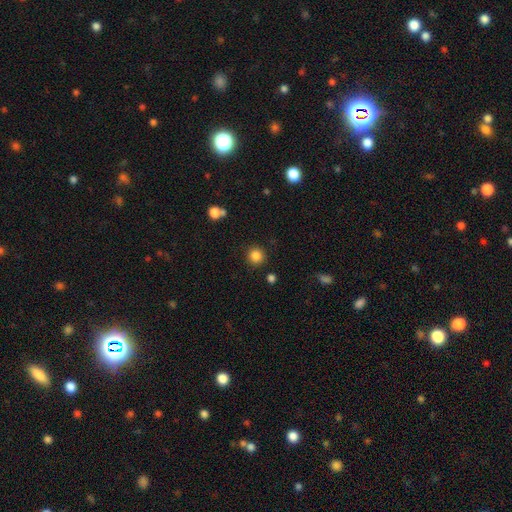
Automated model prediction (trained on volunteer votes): smooth 85%, star or artifact 11%, featured or disk 4%. Down the decision tree: how rounded — round (94%); merging — none (89%).